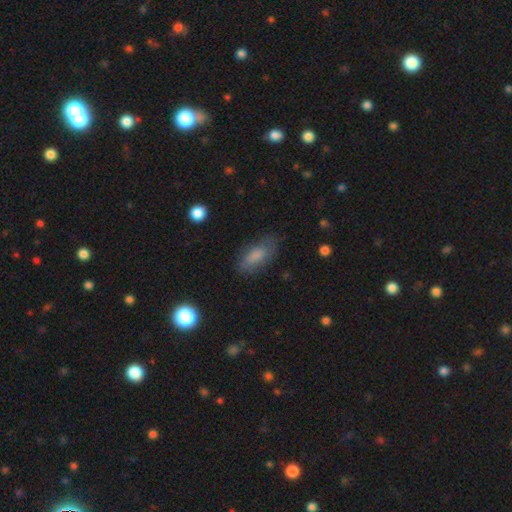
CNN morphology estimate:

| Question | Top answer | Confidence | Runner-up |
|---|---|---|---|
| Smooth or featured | smooth | 78% | featured or disk (14%) |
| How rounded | in between | 81% | cigar-shaped (17%) |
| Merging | none | 74% | minor disturbance (19%) |